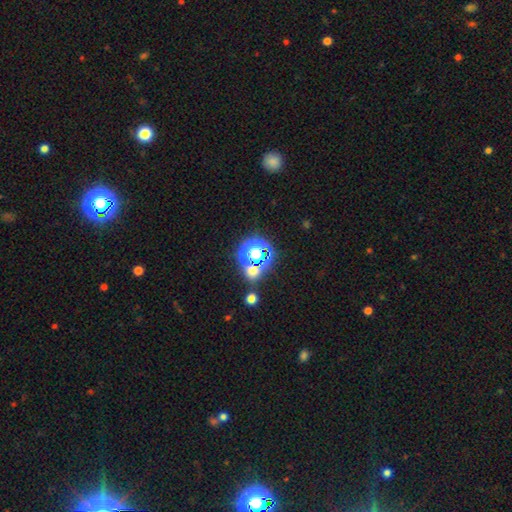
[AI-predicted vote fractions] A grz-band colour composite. It shows a star or artifact, not a galaxy (47%).